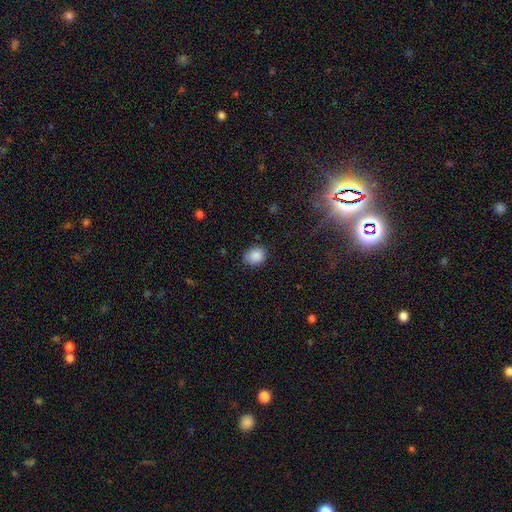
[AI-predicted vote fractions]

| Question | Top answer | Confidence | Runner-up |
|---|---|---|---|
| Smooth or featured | smooth | 88% | star or artifact (8%) |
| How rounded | in between | 55% | round (44%) |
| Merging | none | 80% | minor disturbance (16%) |